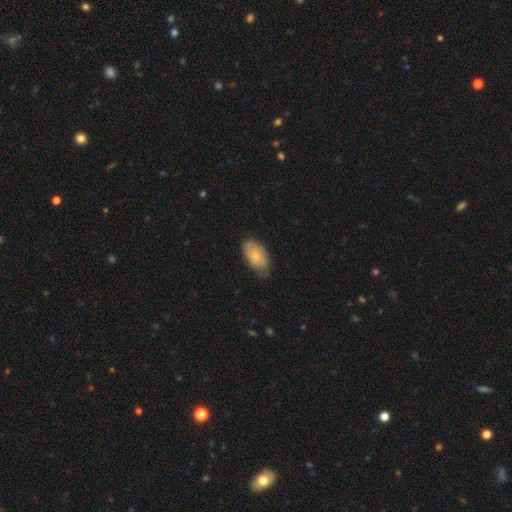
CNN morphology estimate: smooth_or_featured: smooth (p=0.51) [alt: featured or disk p=0.43]
how_rounded: in between (p=0.91) [alt: round p=0.07]
merging: none (p=0.62) [alt: minor disturbance p=0.30]